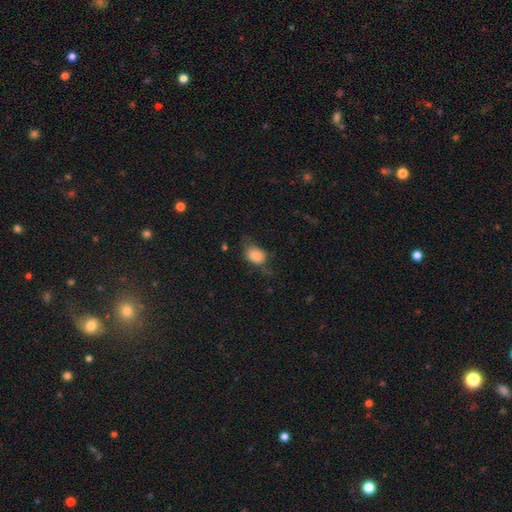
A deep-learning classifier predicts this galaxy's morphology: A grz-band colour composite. It shows a smooth galaxy with no disk features (81%) that is in between round and cigar-shaped (72%). Merging: none (49%).